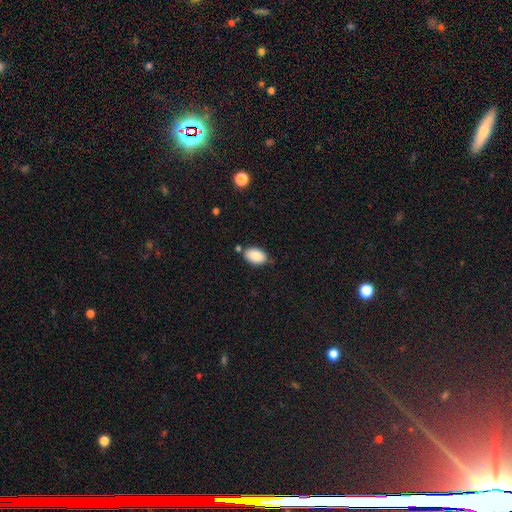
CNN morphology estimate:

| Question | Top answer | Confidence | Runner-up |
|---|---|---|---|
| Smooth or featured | smooth | 85% | featured or disk (7%) |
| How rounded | in between | 91% | round (7%) |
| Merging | none | 74% | minor disturbance (16%) |